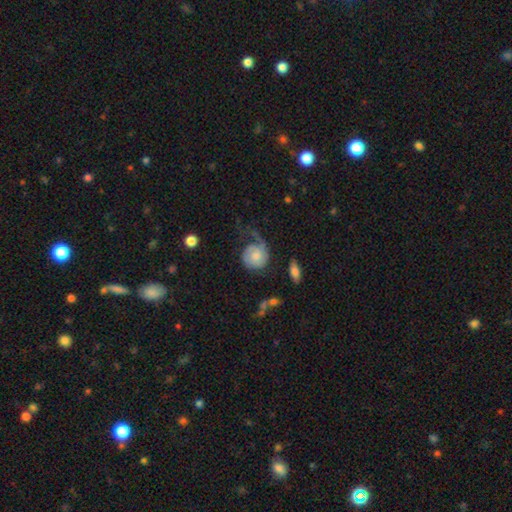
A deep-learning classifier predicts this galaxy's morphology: This is likely a featured or disk galaxy (61%). It is clearly not viewed edge-on (98%). Bar: likely no (77%). Spiral arm pattern: clearly yes (90%). Spiral arm count: likely 1 (65%). Spiral winding: marginally tight (36%). Central bulge: marginally small (43%). Merging: marginally major disturbance (41%).